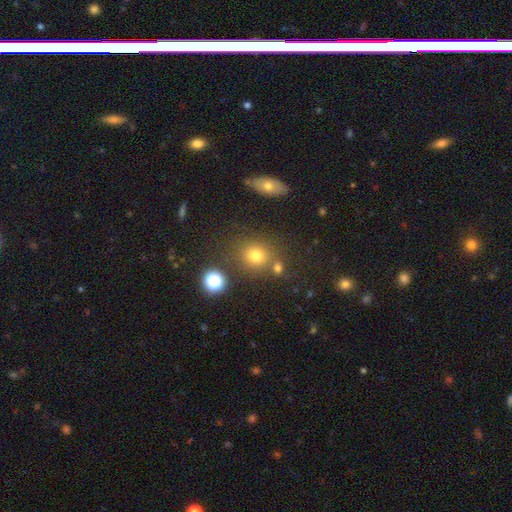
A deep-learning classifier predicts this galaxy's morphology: smooth-or-featured: smooth: 73% | star or artifact: 18% | featured or disk: 9%
  how-rounded: round: 77% | in between: 22% | cigar-shaped: 1%
  merging: none: 73% | merger: 12% | minor disturbance: 11% | major disturbance: 4%